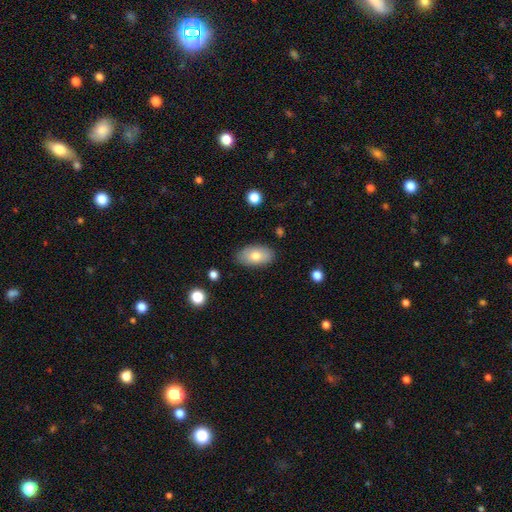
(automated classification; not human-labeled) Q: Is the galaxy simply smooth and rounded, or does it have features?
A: smooth — 75%.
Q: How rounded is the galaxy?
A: in between — 93%.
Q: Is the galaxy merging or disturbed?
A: none — 85%.